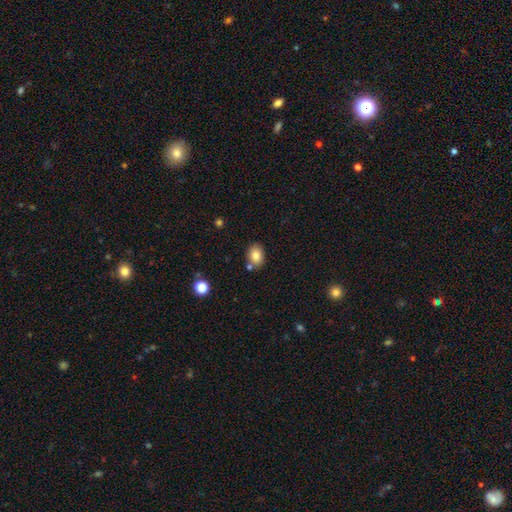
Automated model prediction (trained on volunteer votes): The model was most divided on "how rounded": in between: 67%, round: 32%, cigar-shaped: 1%. More confident: smooth or featured — smooth (83%); merging — none (75%).